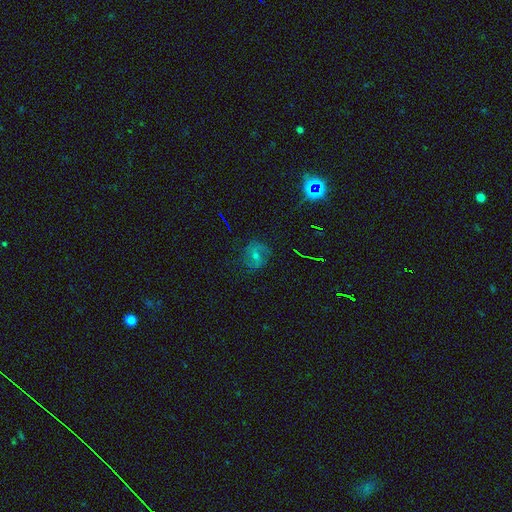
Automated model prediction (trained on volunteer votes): smooth-or-featured: featured or disk: 52% | star or artifact: 28% | smooth: 20%
  disk-edge-on: no: 96% | yes: 4%
    bar: no: 52% | weak: 37% | strong: 11%
    has-spiral-arms: yes: 85% | no: 15%
    bulge-size: small: 52% | moderate: 42% | none: 3% | large: 2% | dominant: 1%
  merging: none: 74% | minor disturbance: 15% | major disturbance: 9% | merger: 2%